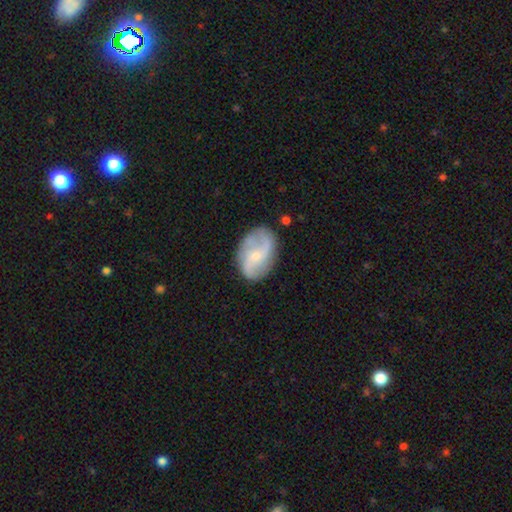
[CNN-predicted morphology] smooth_or_featured: featured or disk (p=0.75) [alt: smooth p=0.19]
disk_edge_on: no (p=0.97) [alt: yes p=0.03]
bar: no (p=0.44) [tied with: weak p=0.44]
has_spiral_arms: yes (p=0.93) [alt: no p=0.07]
spiral_winding: loose (p=0.59) [alt: medium p=0.31]
spiral_arm_count: 2 (p=0.80) [alt: can't tell p=0.07]
bulge_size: small (p=0.61) [alt: moderate p=0.28]
merging: none (p=0.76) [alt: minor disturbance p=0.16]